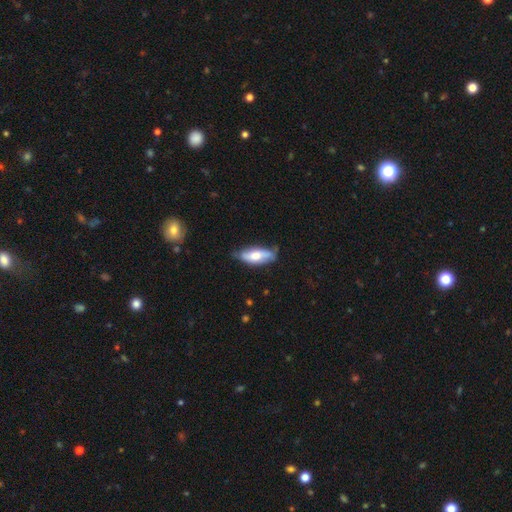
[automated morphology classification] This is likely a smooth galaxy (61%). How rounded: likely in between (70%). Merging: likely none (64%).